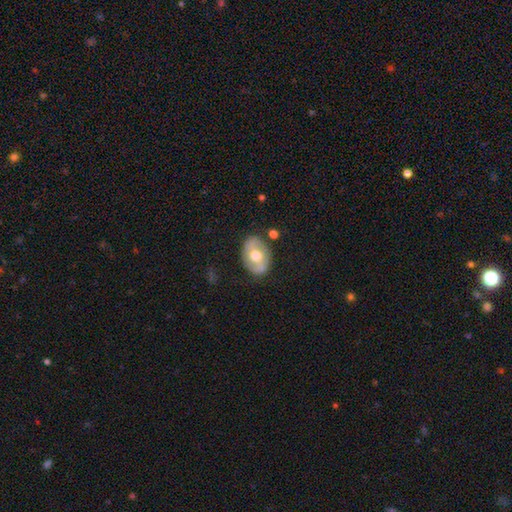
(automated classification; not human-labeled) Smooth or featured: featured or disk — 49% (smooth — 44%)
Merging: none — 81% (minor disturbance — 13%)